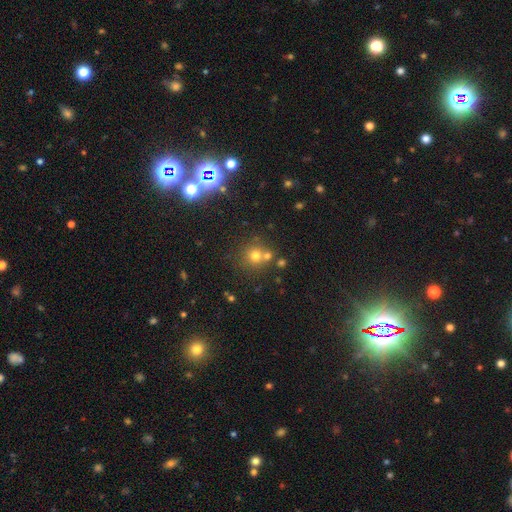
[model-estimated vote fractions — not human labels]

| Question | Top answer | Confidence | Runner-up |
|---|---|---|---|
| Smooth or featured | smooth | 70% | star or artifact (19%) |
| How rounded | round | 90% | in between (9%) |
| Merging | none | 60% | merger (27%) |